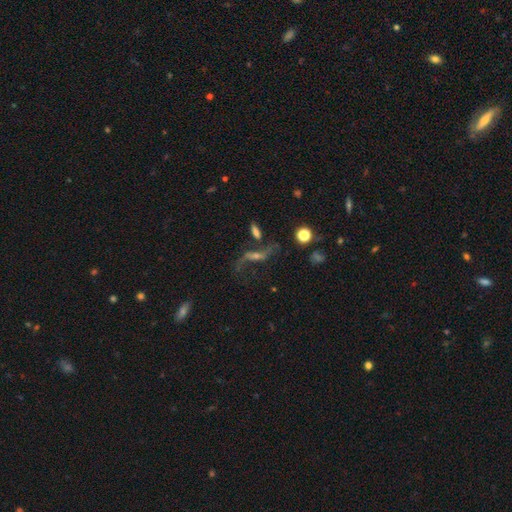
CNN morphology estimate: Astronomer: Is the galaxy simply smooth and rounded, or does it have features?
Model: featured or disk — 71%.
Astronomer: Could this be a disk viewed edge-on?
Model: no — 78%.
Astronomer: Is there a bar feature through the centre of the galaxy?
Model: no — 46% (runner-up: weak, 32%).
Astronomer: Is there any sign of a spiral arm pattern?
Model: yes — 84%.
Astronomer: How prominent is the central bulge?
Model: small — 49% (runner-up: moderate, 30%).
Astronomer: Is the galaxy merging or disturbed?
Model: none — 50%.